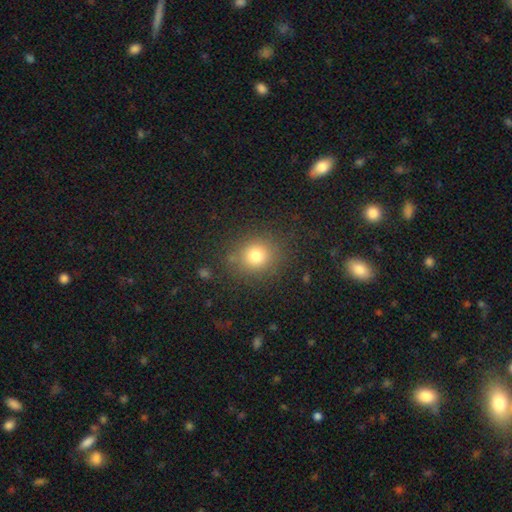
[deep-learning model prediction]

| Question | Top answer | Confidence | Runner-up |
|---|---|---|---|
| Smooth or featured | smooth | 77% | star or artifact (15%) |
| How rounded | round | 82% | in between (17%) |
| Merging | none | 84% | minor disturbance (10%) |